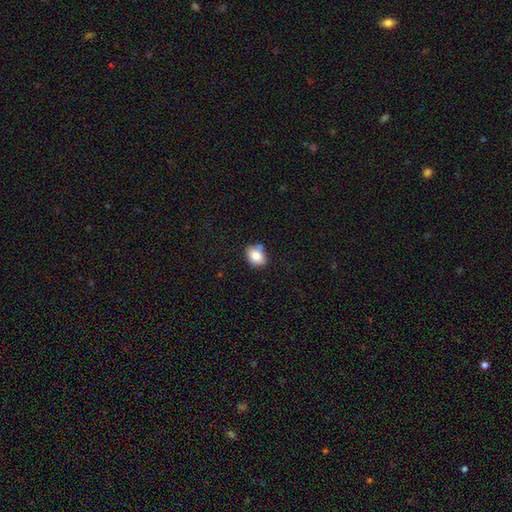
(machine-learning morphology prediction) Smooth or featured?
  - smooth: 82% *
  - star or artifact: 9%
  - featured or disk: 9%
How rounded?
  - in between: 52% *
  - round: 47%
  - cigar-shaped: 1%
Merging?
  - none: 67% *
  - minor disturbance: 22%
  - merger: 7%
  - major disturbance: 4%